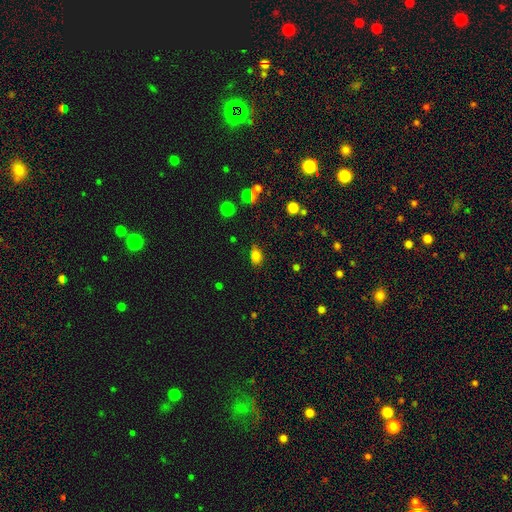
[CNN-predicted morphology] smooth 78%, star or artifact 16%, featured or disk 6%. Down the decision tree: how rounded — in between (77%); merging — none (69%).